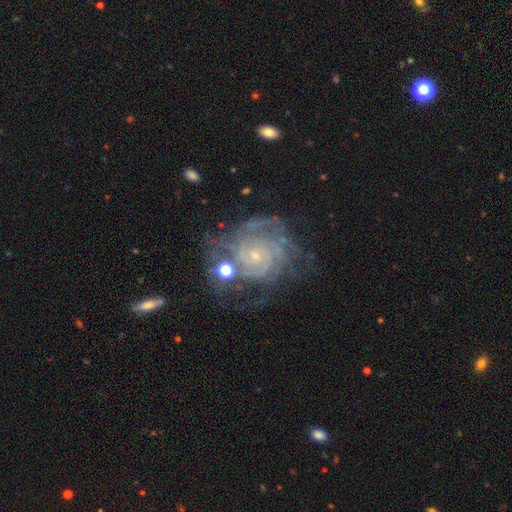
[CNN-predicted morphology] Smooth or featured?
  - featured or disk: 88% *
  - star or artifact: 7%
  - smooth: 5%
Edge-on disk?
  - no: 98% *
  - yes: 2%
Bar?
  - no: 77% *
  - weak: 18%
  - strong: 5%
Spiral arms?
  - yes: 97% *
  - no: 3%
Spiral winding?
  - tight: 75% *
  - medium: 21%
  - loose: 4%
Spiral arm count?
  - can't tell: 24% *
  - 4: 21%
  - 3: 21%
  - 2: 16%
  - more than 4: 10%
  - 1: 7%
Bulge size?
  - small: 83% *
  - moderate: 12%
  - none: 3%
  - large: 1%
  - dominant: 1%
Merging?
  - none: 60% *
  - minor disturbance: 20%
  - major disturbance: 13%
  - merger: 7%